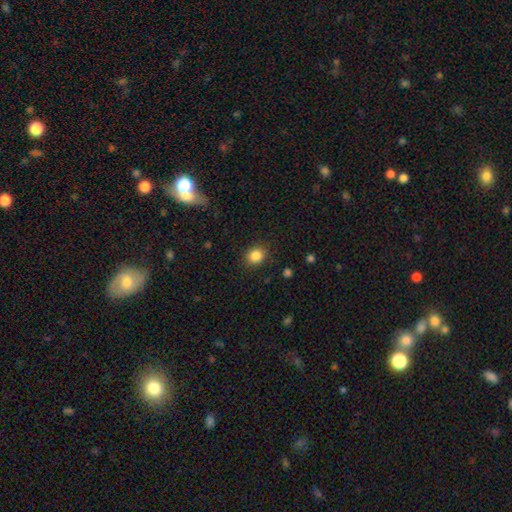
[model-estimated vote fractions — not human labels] Smooth or featured?
  - smooth: 85% *
  - star or artifact: 10%
  - featured or disk: 4%
How rounded?
  - round: 69% *
  - in between: 30%
  - cigar-shaped: 1%
Merging?
  - none: 88% *
  - minor disturbance: 8%
  - major disturbance: 3%
  - merger: 1%